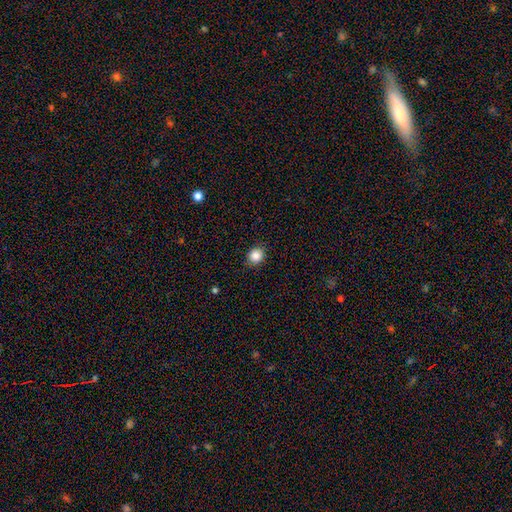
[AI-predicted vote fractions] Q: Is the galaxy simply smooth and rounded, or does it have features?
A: smooth — 86%.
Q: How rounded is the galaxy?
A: round — 80%.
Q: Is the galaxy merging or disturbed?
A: none — 89%.